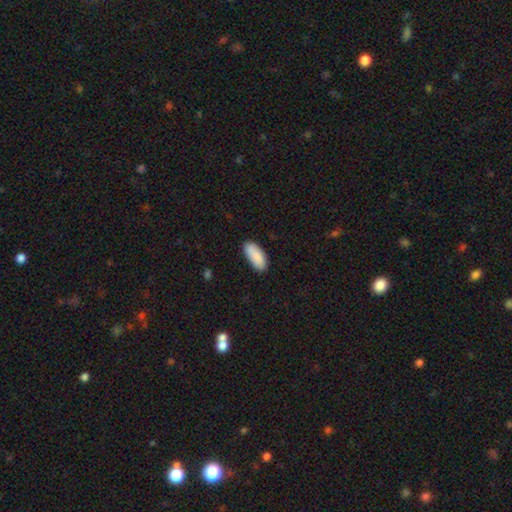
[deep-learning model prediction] Morphology: type=smooth (89%); roundness=in between (88%); merging=none (82%).